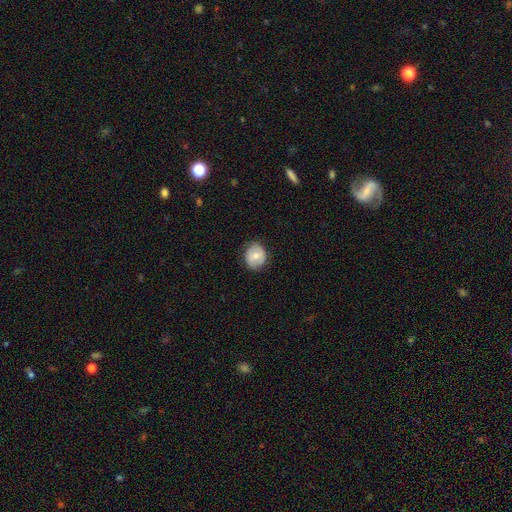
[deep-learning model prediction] smooth-or-featured: smooth: 67% | featured or disk: 26% | star or artifact: 8%
  how-rounded: round: 78% | in between: 21% | cigar-shaped: 1%
  merging: none: 81% | minor disturbance: 15% | major disturbance: 3% | merger: 1%